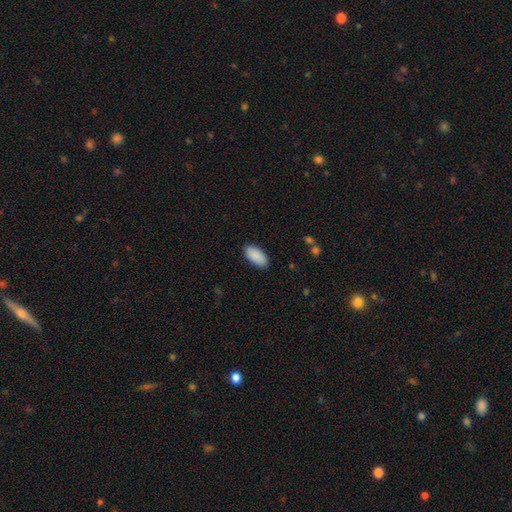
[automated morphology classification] A smooth galaxy with no disk features (91%) that is in between round and cigar-shaped (94%).

Vote fractions:
- Smooth or featured? smooth: 91% / star or artifact: 6% / featured or disk: 3%
- How rounded? in between: 94% / cigar-shaped: 4% / round: 2%
- Merging? none: 88% / minor disturbance: 9% / major disturbance: 2% / merger: 1%